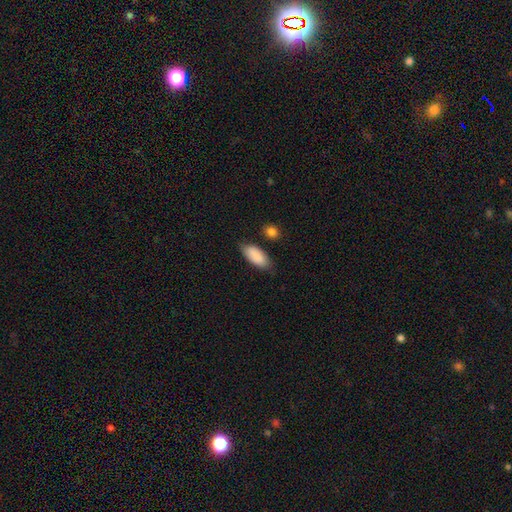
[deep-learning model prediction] Morphology: type=smooth (89%); roundness=in between (87%); merging=none (75%).